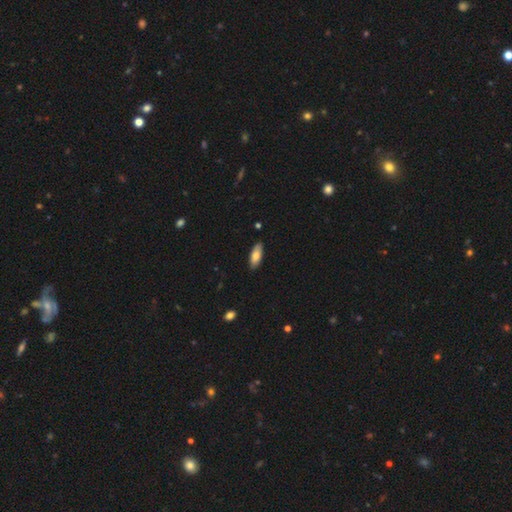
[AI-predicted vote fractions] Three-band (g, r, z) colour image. It shows a smooth galaxy with no disk features (78%) that is in between round and cigar-shaped (77%). Merging: none (87%).